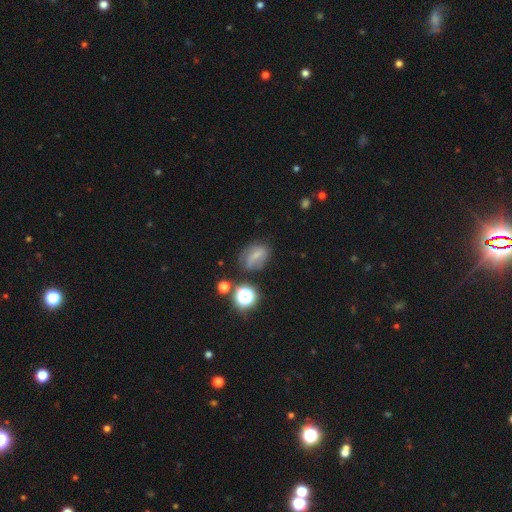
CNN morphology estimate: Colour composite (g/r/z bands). It shows a smooth galaxy with no disk features (47%). Merging: none (58%).